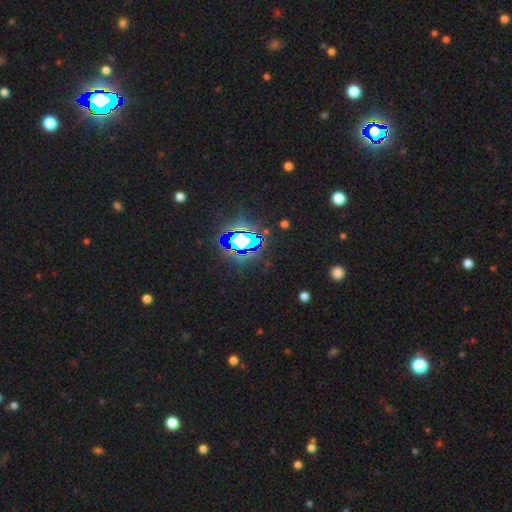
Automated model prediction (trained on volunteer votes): Smooth or featured: star or artifact — 82% (smooth — 11%)